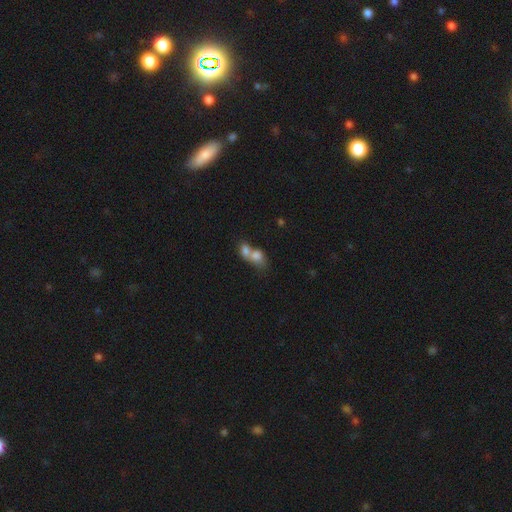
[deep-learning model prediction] Q: Smooth or featured?
A: smooth (76%); runner-up: featured or disk (14%)
Q: How rounded?
A: in between (59%); runner-up: round (39%)
Q: Merging?
A: merger (74%); runner-up: none (16%)